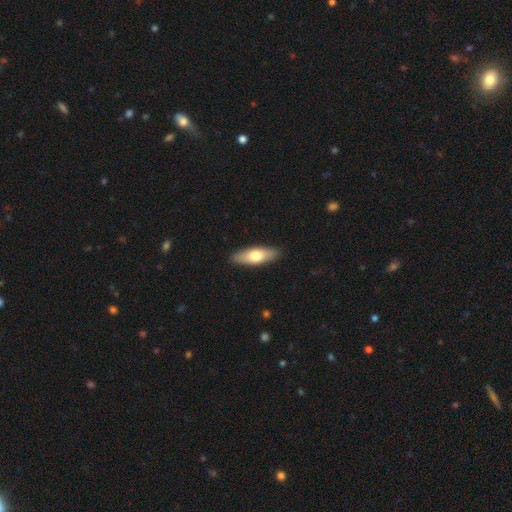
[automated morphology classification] type=smooth (67%); roundness=in between (61%); merging=none (89%).